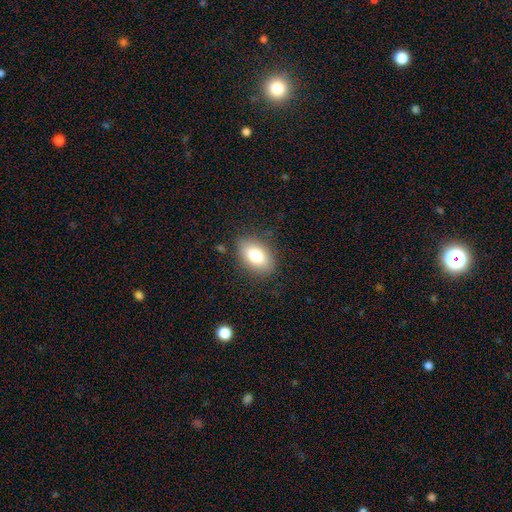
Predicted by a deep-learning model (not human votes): Morphology: type=smooth (79%); roundness=in between (87%); merging=none (84%).